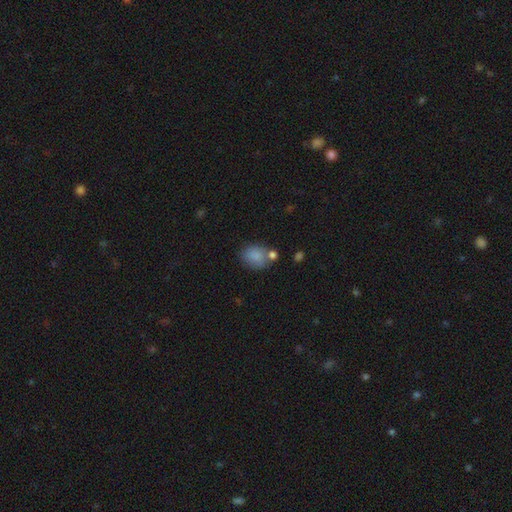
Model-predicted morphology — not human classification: Q: Smooth or featured?
A: smooth (84%); runner-up: star or artifact (9%)
Q: How rounded?
A: round (55%); runner-up: in between (44%)
Q: Merging?
A: none (59%); runner-up: merger (17%)